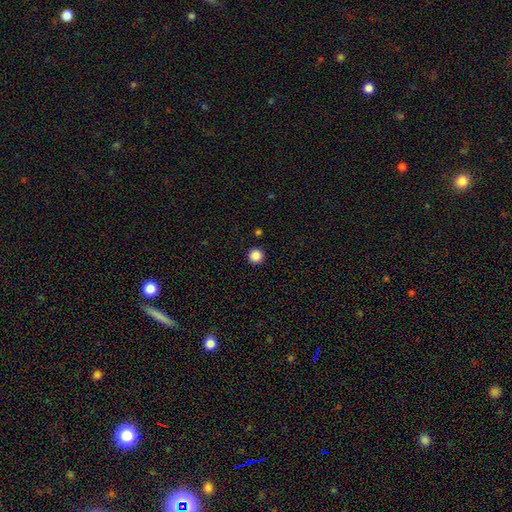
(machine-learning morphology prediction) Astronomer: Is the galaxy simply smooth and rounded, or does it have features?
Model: smooth — 87%.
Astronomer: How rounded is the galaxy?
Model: round — 96%.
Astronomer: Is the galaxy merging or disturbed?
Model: none — 93%.